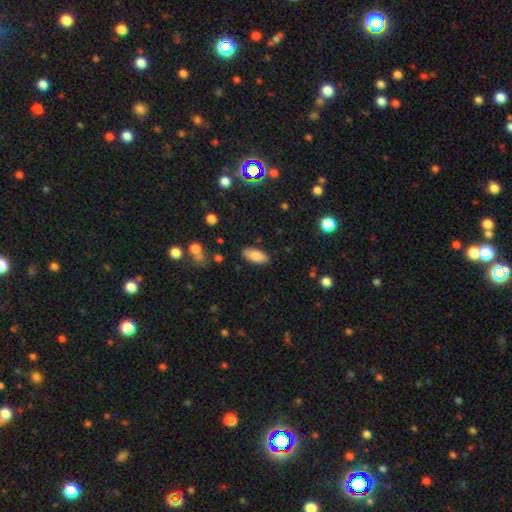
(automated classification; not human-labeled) This is clearly a smooth galaxy (87%). How rounded: clearly in between (89%). Merging: clearly none (86%).